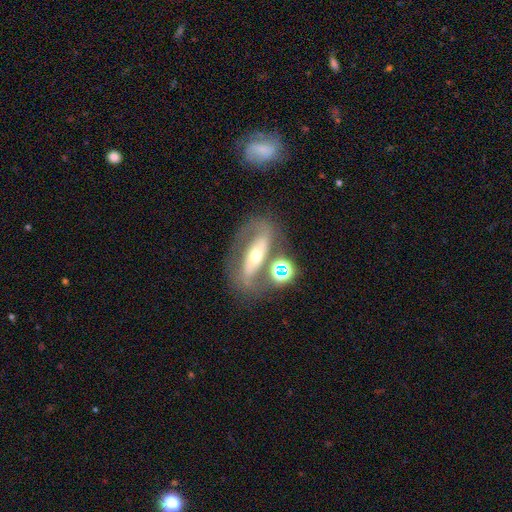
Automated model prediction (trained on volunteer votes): A featured or disk galaxy (71%) with a strong bar (44%), spiral arms (67%) and a moderate central bulge (53%). Merging: none (58%).